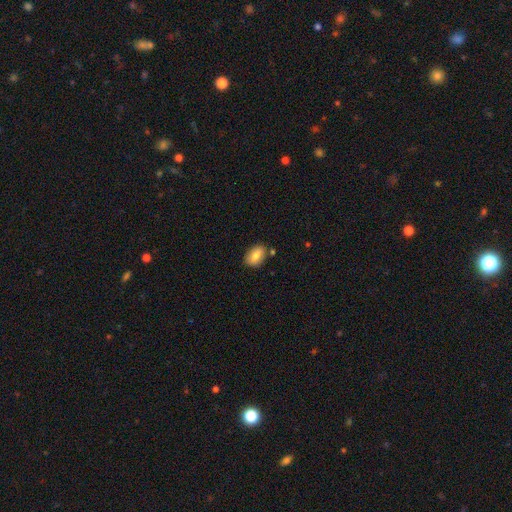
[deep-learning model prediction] Smooth or featured? smooth (80%)
How rounded? in between (87%)
Merging? none (78%)